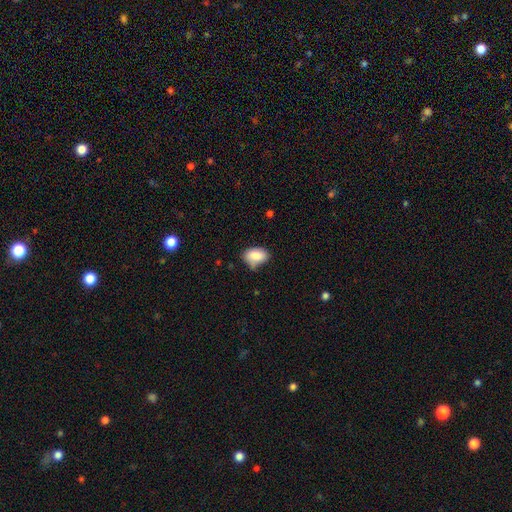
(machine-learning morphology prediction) This is clearly a smooth galaxy (84%). How rounded: clearly in between (87%). Merging: possibly none (53%).